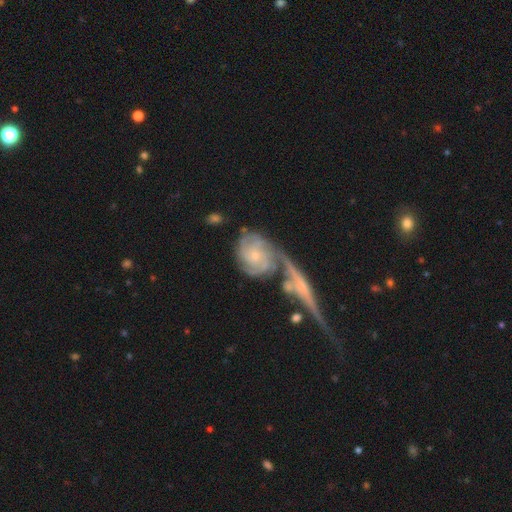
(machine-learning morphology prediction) This appears to be a featured or disk galaxy (83%) with no bar (74%), 3 (30%) tight (63%) spiral arms (96%) and a small central bulge (70%). Merging: none (40%).